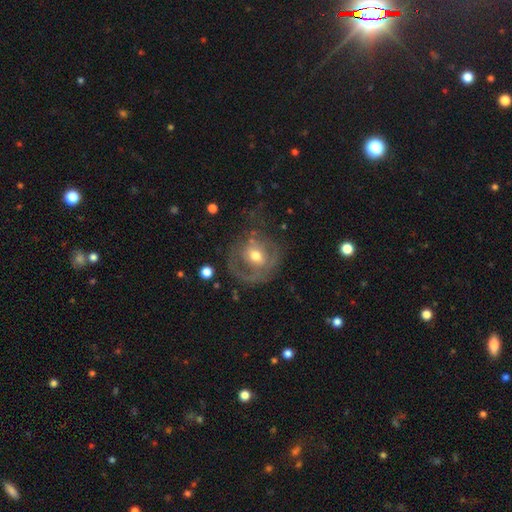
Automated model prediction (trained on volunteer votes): Smooth or featured: featured or disk — 57% (smooth — 36%)
Edge-on disk: no — 96% (yes — 4%)
Bar: no — 58% (weak — 32%)
Spiral arms: no — 52% (yes — 48%)
Bulge size: moderate — 72% (small — 17%)
Merging: none — 48% (major disturbance — 28%)